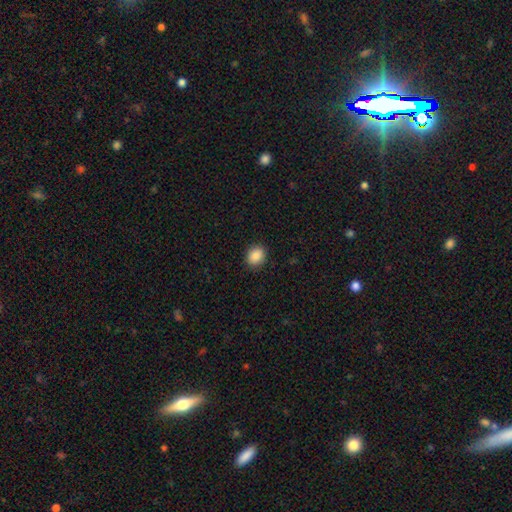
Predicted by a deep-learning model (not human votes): Smooth or featured?
  - smooth: 88% *
  - star or artifact: 9%
  - featured or disk: 3%
How rounded?
  - round: 59% *
  - in between: 40%
  - cigar-shaped: 1%
Merging?
  - none: 90% *
  - minor disturbance: 7%
  - major disturbance: 2%
  - merger: 1%